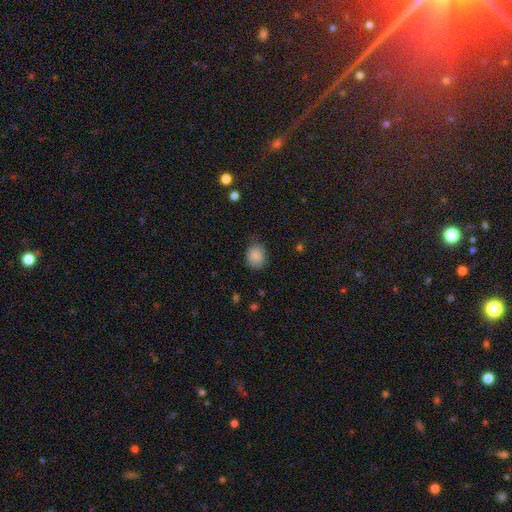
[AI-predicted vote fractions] A smooth galaxy with no disk features (86%) that is round (59%). Merging: none (72%).